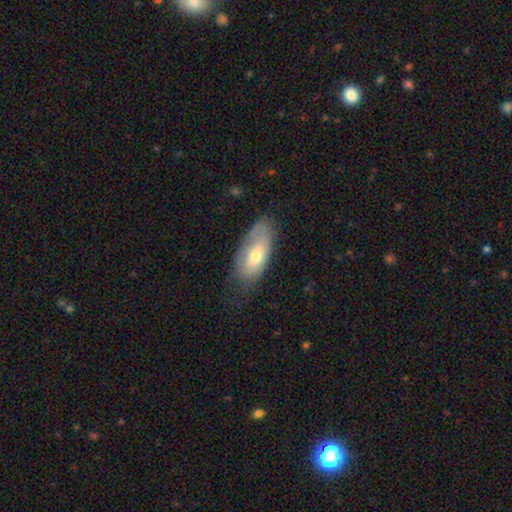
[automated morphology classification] Smooth or featured: smooth — 56% (featured or disk — 38%)
How rounded: in between — 86% (cigar-shaped — 12%)
Merging: none — 59% (minor disturbance — 30%)